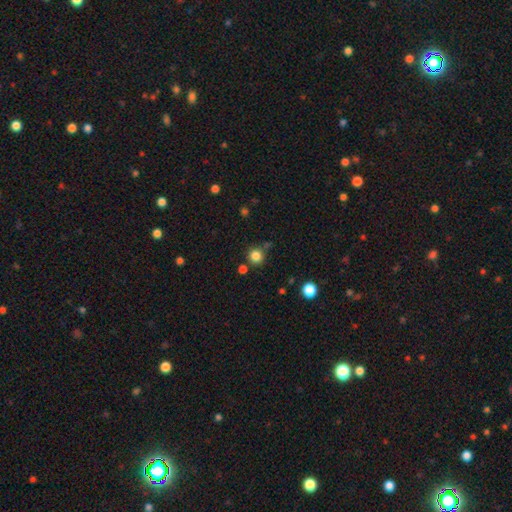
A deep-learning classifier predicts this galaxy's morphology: This is clearly a smooth galaxy (83%). How rounded: clearly round (93%). Merging: likely none (79%).